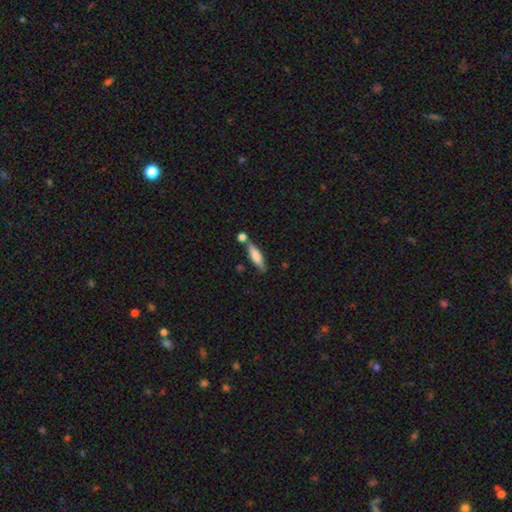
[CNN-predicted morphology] Overall: smooth (70%). How rounded: cigar-shaped (69%). Merging: none (64%).